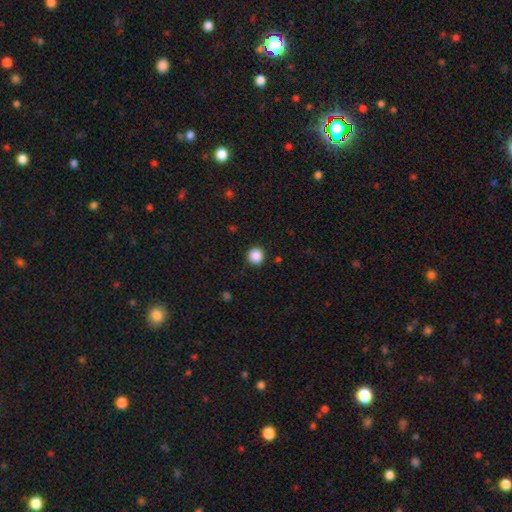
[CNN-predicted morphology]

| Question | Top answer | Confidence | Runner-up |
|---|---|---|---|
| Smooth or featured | smooth | 87% | star or artifact (10%) |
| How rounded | round | 94% | in between (5%) |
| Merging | none | 91% | minor disturbance (6%) |